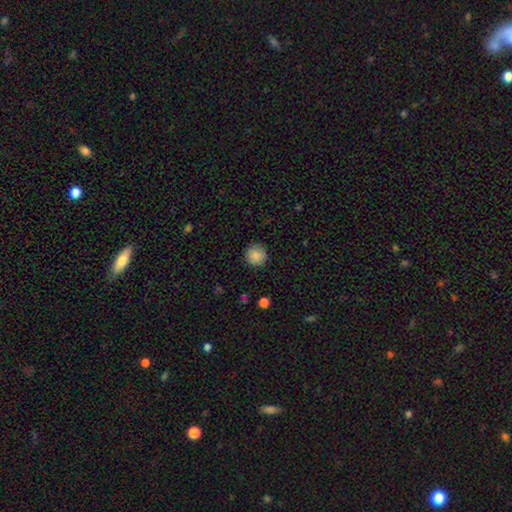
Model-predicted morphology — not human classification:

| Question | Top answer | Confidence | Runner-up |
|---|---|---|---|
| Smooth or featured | smooth | 87% | star or artifact (8%) |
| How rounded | round | 94% | in between (5%) |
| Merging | none | 89% | minor disturbance (8%) |